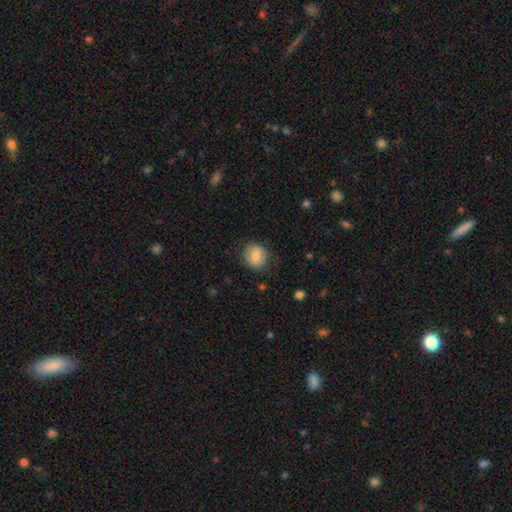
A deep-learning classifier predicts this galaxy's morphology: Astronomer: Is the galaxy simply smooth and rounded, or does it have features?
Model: smooth — 79%.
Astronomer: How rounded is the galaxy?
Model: round — 83%.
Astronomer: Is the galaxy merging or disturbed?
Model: none — 83%.